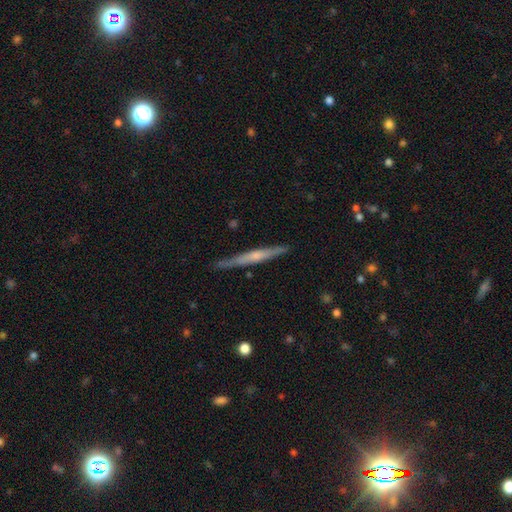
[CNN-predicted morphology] This appears to be a featured or disk galaxy (62%) viewed edge-on (97%) with a rounded central bulge (49%). Merging: none (86%).